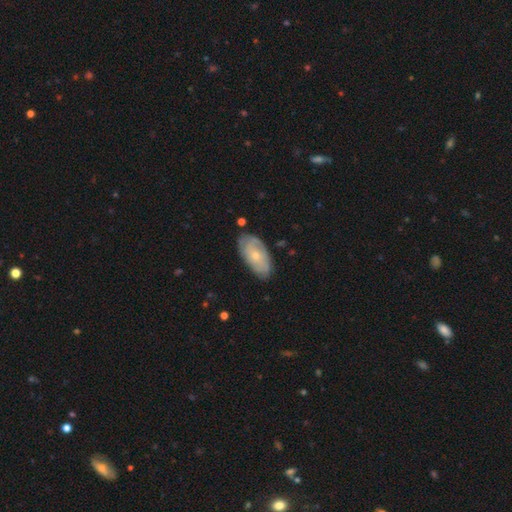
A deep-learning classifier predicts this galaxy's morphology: Smooth or featured: featured or disk — 49% (smooth — 45%)
Merging: none — 77% (minor disturbance — 18%)